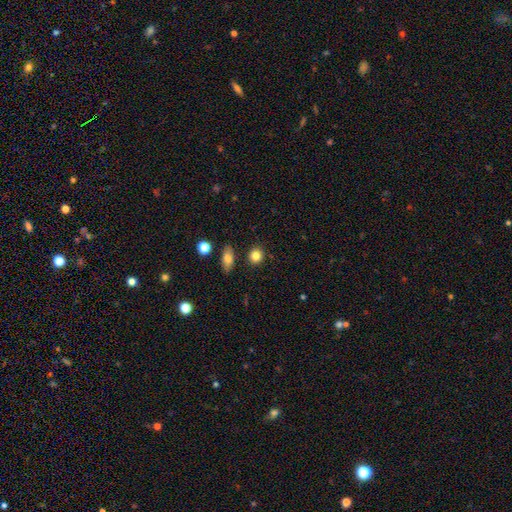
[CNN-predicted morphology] smooth-or-featured: smooth: 83% | star or artifact: 10% | featured or disk: 7%
  how-rounded: round: 78% | in between: 20% | cigar-shaped: 2%
  merging: none: 86% | minor disturbance: 8% | merger: 4% | major disturbance: 2%